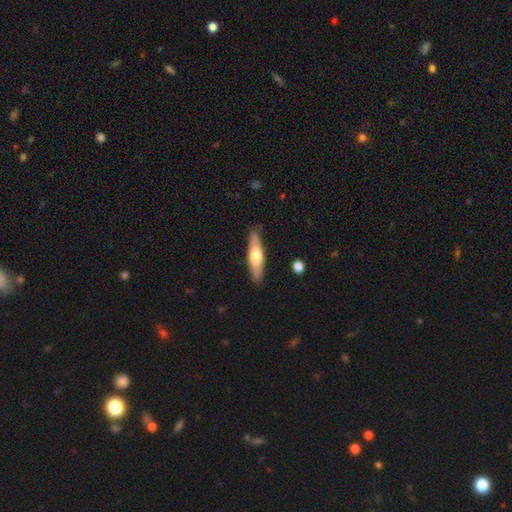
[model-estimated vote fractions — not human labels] Smooth or featured? Predicted: smooth (p=0.55). How rounded? Predicted: cigar-shaped (p=0.71). Merging? Predicted: none (p=0.88).